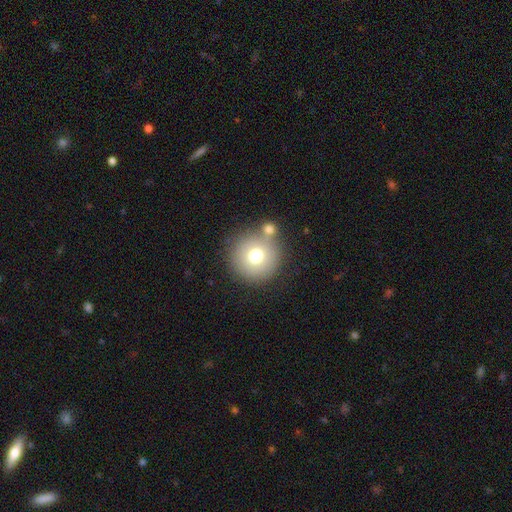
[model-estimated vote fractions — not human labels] Smooth or featured: smooth — 72% (featured or disk — 16%)
How rounded: round — 96% (in between — 4%)
Merging: none — 72% (merger — 15%)